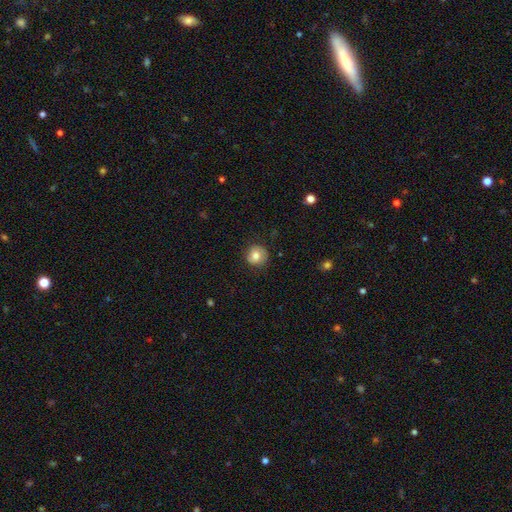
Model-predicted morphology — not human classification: Smooth or featured: smooth — 78% (featured or disk — 13%)
How rounded: round — 90% (in between — 9%)
Merging: none — 83% (minor disturbance — 13%)